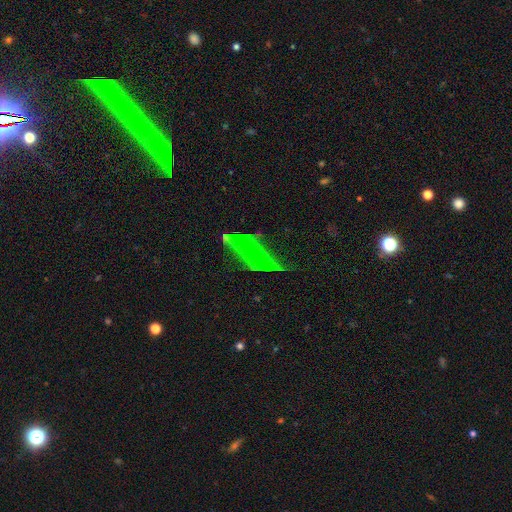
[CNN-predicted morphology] The model was most divided on "edge-on disk": yes: 51%, no: 49%. Remaining: smooth or featured — featured or disk (66%); merging — major disturbance (32%).